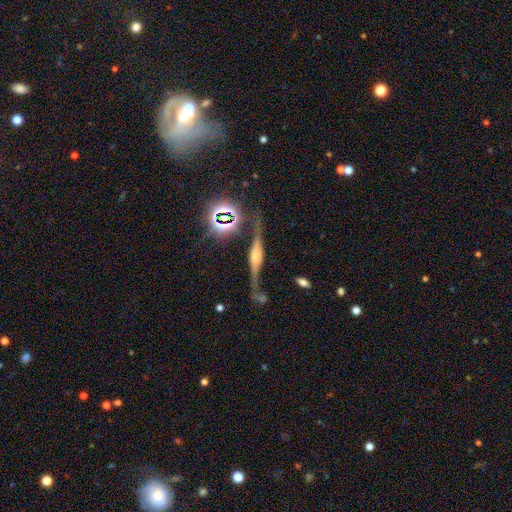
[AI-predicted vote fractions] Smooth or featured: featured or disk — 76% (smooth — 13%)
Edge-on disk: yes — 87% (no — 13%)
Edge-on bulge: rounded — 68% (boxy — 27%)
Merging: none — 65% (minor disturbance — 20%)